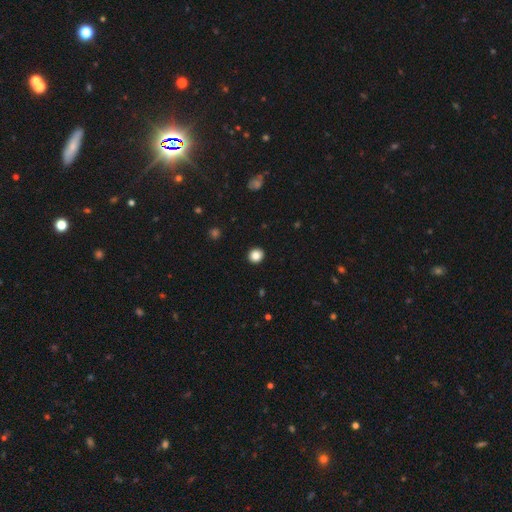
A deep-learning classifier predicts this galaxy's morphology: A smooth galaxy with no disk features (86%) that is round (90%). Merging: none (93%).